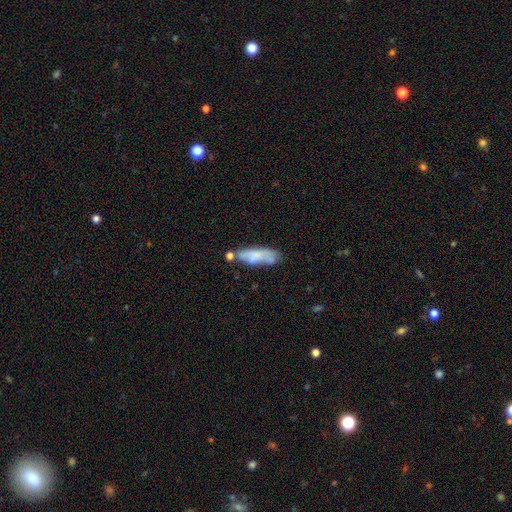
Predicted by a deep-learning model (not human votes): Q: Smooth or featured?
A: smooth (68%); runner-up: featured or disk (24%)
Q: How rounded?
A: in between (50%); runner-up: cigar-shaped (48%)
Q: Merging?
A: none (49%); runner-up: minor disturbance (24%)